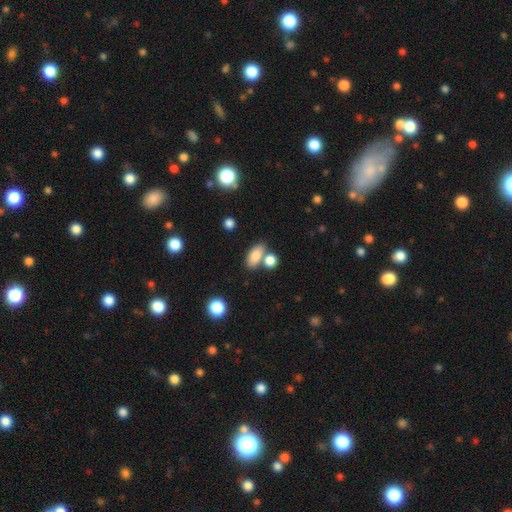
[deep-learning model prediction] This appears to be a smooth galaxy with no disk features (82%) that is in between round and cigar-shaped (83%). Merging: none (56%).